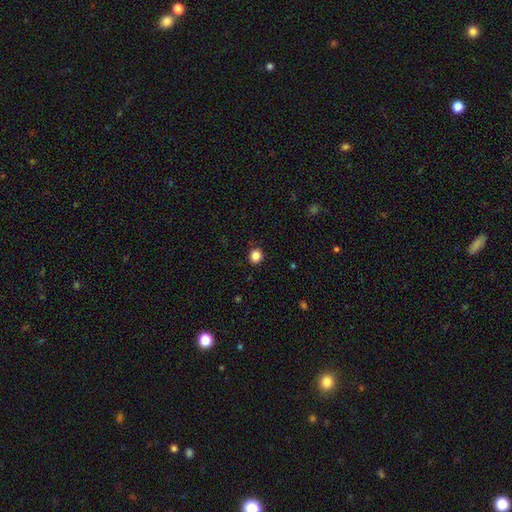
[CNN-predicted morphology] This appears to be a smooth galaxy with no disk features (85%) that is round (85%). Merging: none (90%).